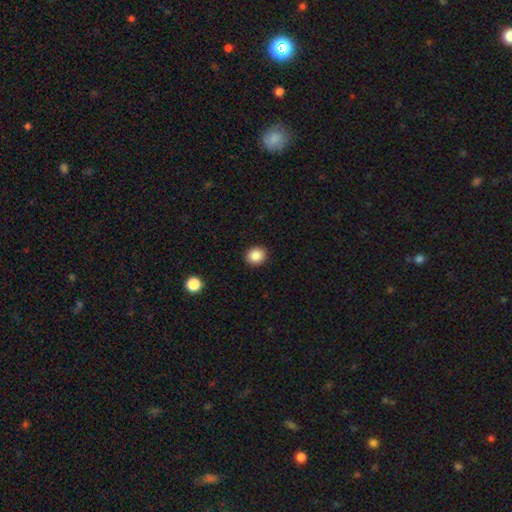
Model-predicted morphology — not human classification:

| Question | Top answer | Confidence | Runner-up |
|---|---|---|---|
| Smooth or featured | smooth | 87% | star or artifact (9%) |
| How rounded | round | 76% | in between (23%) |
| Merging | none | 92% | minor disturbance (6%) |